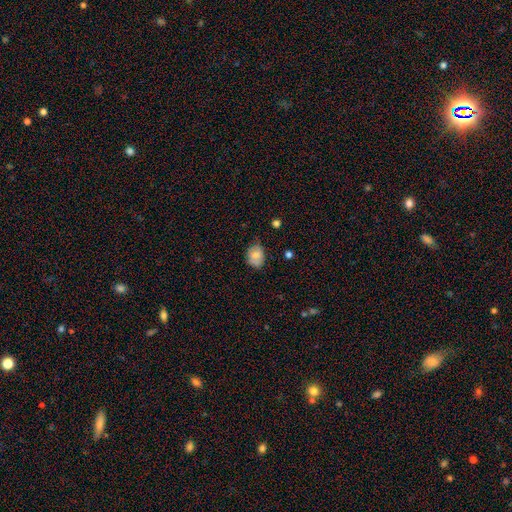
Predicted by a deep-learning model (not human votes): smooth_or_featured: smooth (p=0.74) [alt: featured or disk p=0.18]
how_rounded: in between (p=0.64) [alt: round p=0.35]
merging: none (p=0.67) [alt: minor disturbance p=0.27]